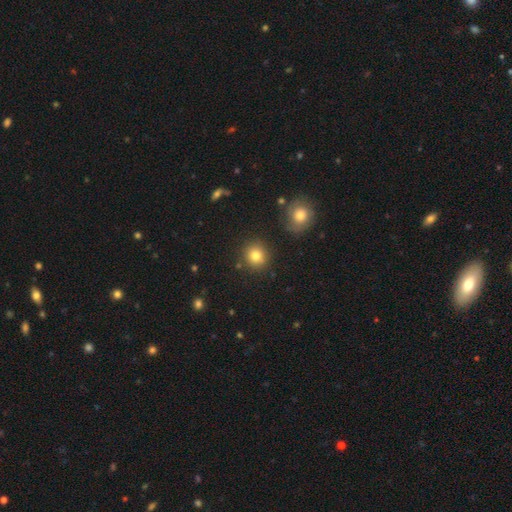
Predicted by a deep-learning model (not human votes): smooth 81%, star or artifact 11%, featured or disk 7%. Down the decision tree: how rounded — round (89%); merging — none (87%).